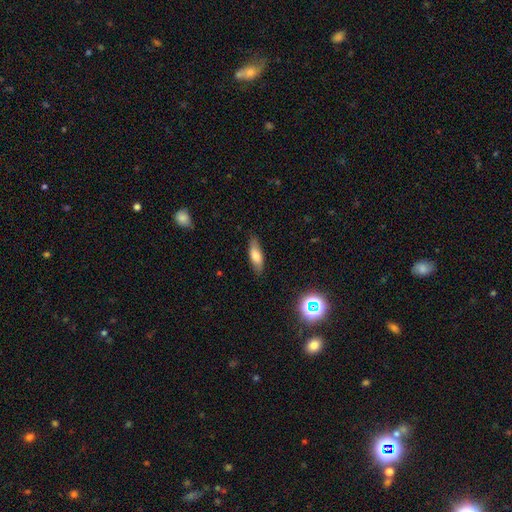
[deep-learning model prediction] Morphology: type=smooth (71%); roundness=in between (60%); merging=none (81%).